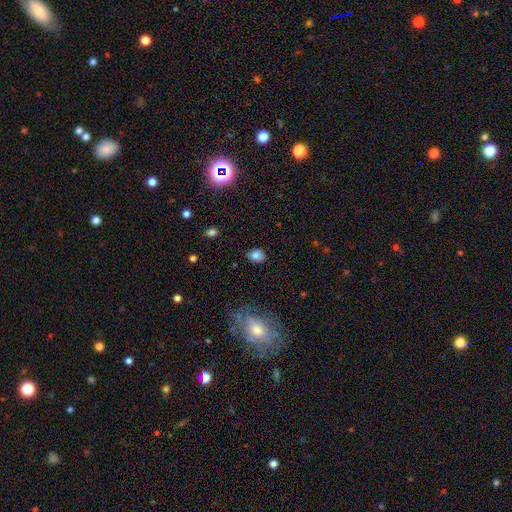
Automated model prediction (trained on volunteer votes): The model was most divided on "how rounded": in between: 54%, round: 45%, cigar-shaped: 1%. More confident: smooth or featured — smooth (80%); merging — none (80%).